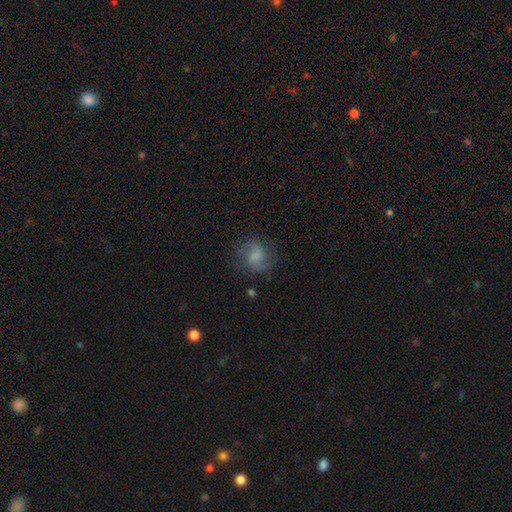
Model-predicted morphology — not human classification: This is likely a featured or disk galaxy (67%). It is clearly not viewed edge-on (98%). Bar: possibly weak (48%). Spiral arm pattern: clearly yes (94%). Spiral arm count: clearly 2 (90%). Spiral winding: possibly medium (53%). Central bulge: marginally none (44%). Merging: likely none (77%).